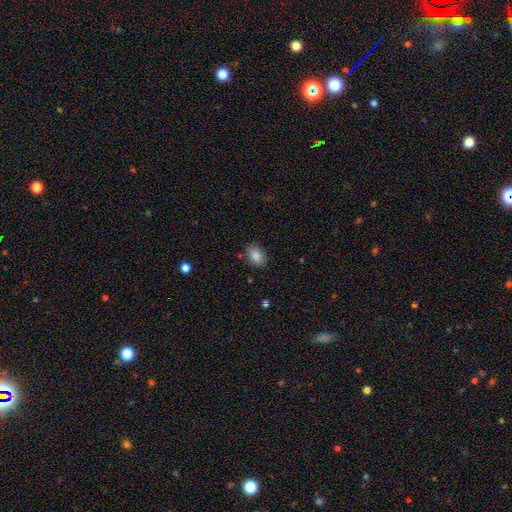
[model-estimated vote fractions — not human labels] A smooth galaxy with no disk features (86%) that is in between round and cigar-shaped (71%). Merging: none (85%).